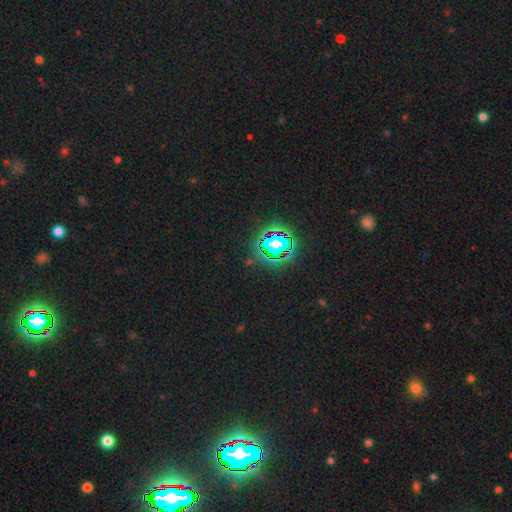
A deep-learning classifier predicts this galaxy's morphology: Smooth or featured? Predicted: star or artifact (p=0.85).